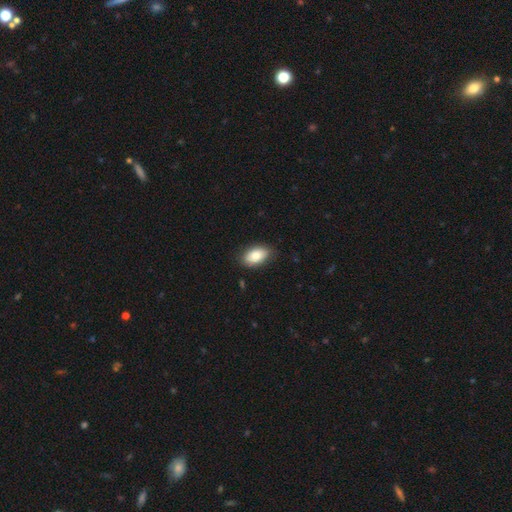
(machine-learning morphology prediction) smooth 83%, featured or disk 10%, star or artifact 7%. Down the decision tree: how rounded — in between (92%); merging — none (85%).